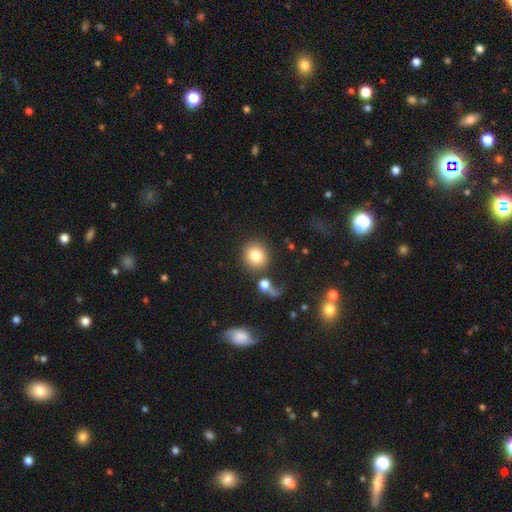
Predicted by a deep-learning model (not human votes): Morphology: type=smooth (81%); roundness=round (84%); merging=none (79%).